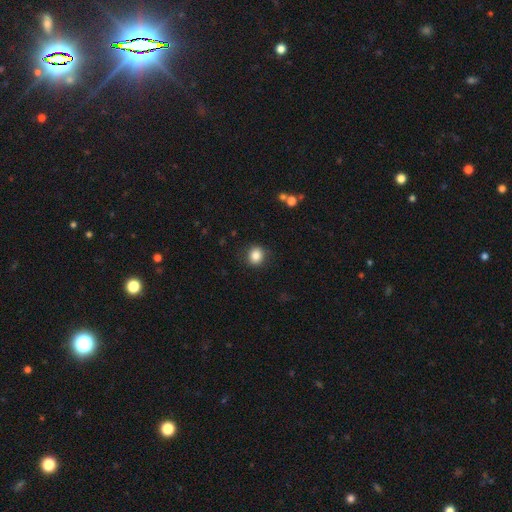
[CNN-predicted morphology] smooth-or-featured: smooth: 85% | star or artifact: 10% | featured or disk: 5%
  how-rounded: round: 81% | in between: 18% | cigar-shaped: 1%
  merging: none: 88% | minor disturbance: 8% | major disturbance: 3% | merger: 1%